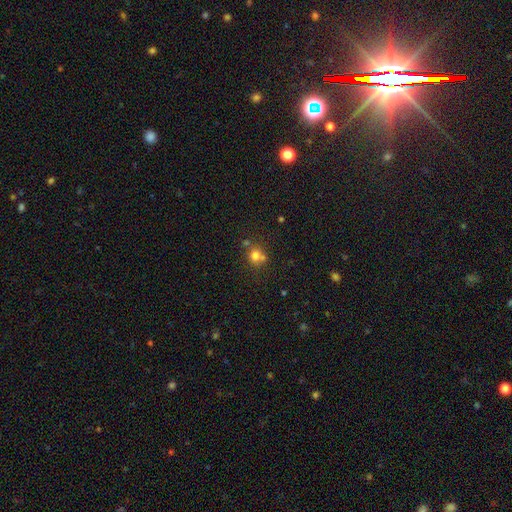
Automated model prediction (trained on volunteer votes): Overall: smooth (75%). How rounded: round (86%). Merging: none (57%; merger 30%).